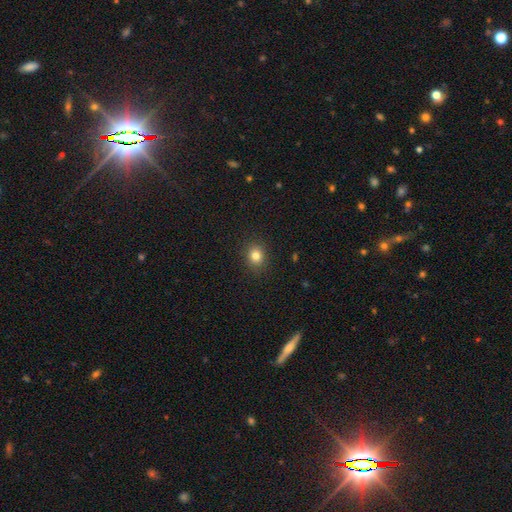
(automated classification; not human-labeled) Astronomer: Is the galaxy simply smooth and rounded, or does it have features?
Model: smooth — 83%.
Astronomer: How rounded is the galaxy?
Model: round — 71%.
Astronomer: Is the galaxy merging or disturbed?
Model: none — 90%.